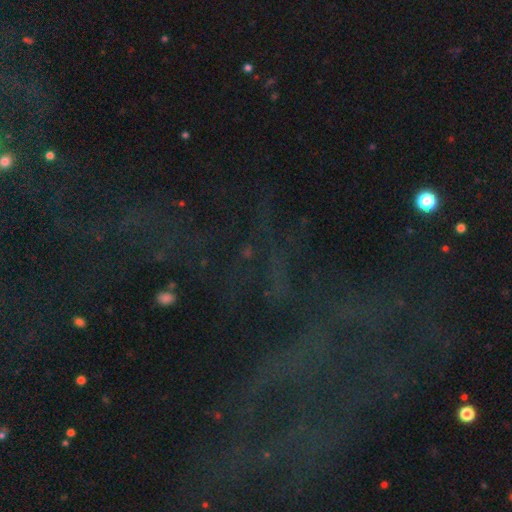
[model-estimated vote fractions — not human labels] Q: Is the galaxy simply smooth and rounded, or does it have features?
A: star or artifact — 73%.